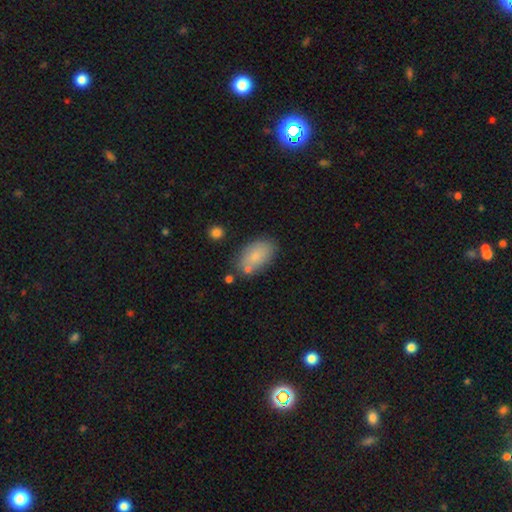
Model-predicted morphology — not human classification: Overall: smooth (81%). How rounded: in between (93%). Merging: none (72%).